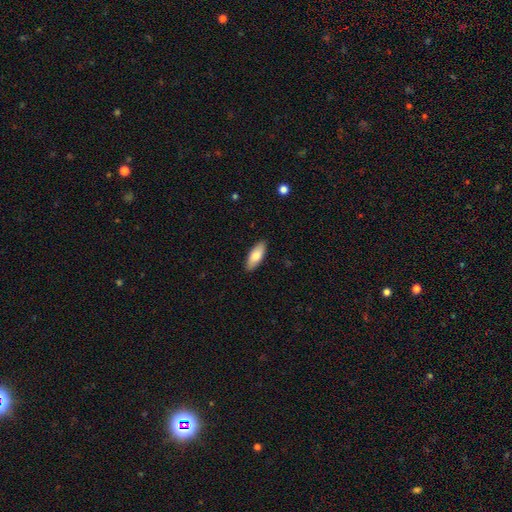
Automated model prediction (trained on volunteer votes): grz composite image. It shows a smooth galaxy with no disk features (78%) that is in between round and cigar-shaped (76%). Merging: none (89%).